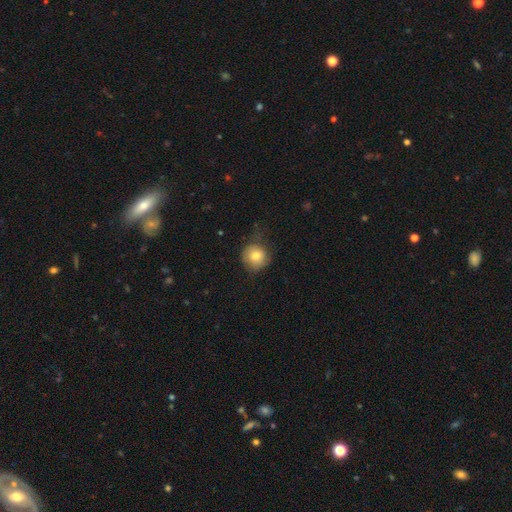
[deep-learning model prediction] A smooth galaxy with no disk features (79%) that is round (88%).

Vote fractions:
- Smooth or featured? smooth: 79% / featured or disk: 13% / star or artifact: 9%
- How rounded? round: 88% / in between: 11% / cigar-shaped: 1%
- Merging? none: 62% / minor disturbance: 27% / major disturbance: 10% / merger: 1%